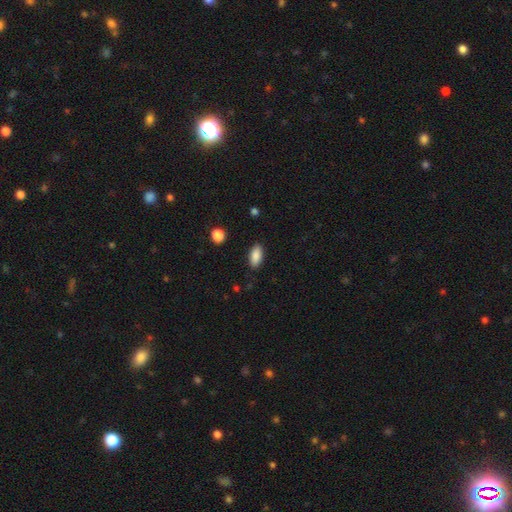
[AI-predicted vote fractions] smooth_or_featured: smooth (p=0.89) [alt: star or artifact p=0.07]
how_rounded: in between (p=0.90) [alt: cigar-shaped p=0.07]
merging: none (p=0.88) [alt: minor disturbance p=0.09]